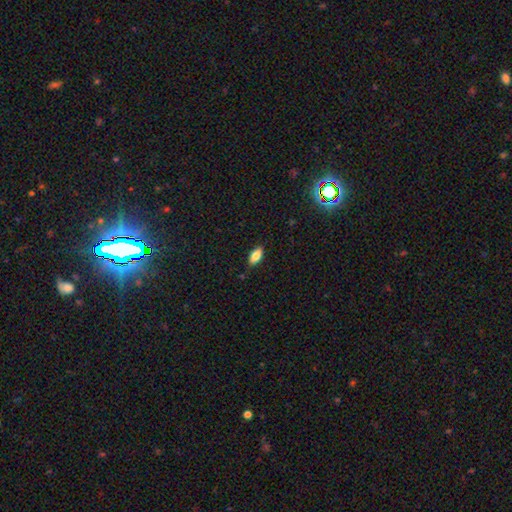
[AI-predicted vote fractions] smooth 83%, featured or disk 10%, star or artifact 8%. Down the decision tree: how rounded — in between (91%); merging — none (87%).